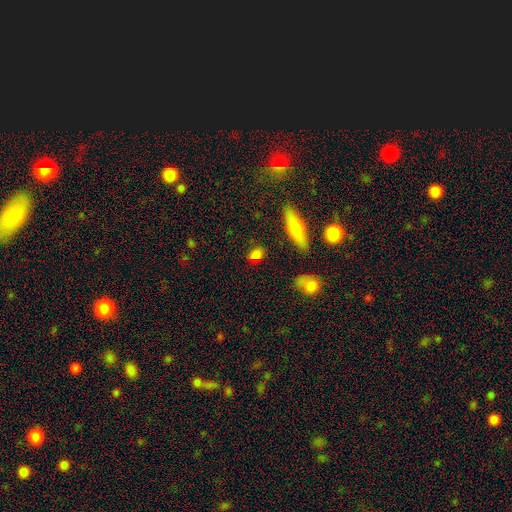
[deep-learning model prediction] Smooth or featured? smooth (77%)
How rounded? in between (66%)
Merging? none (80%)